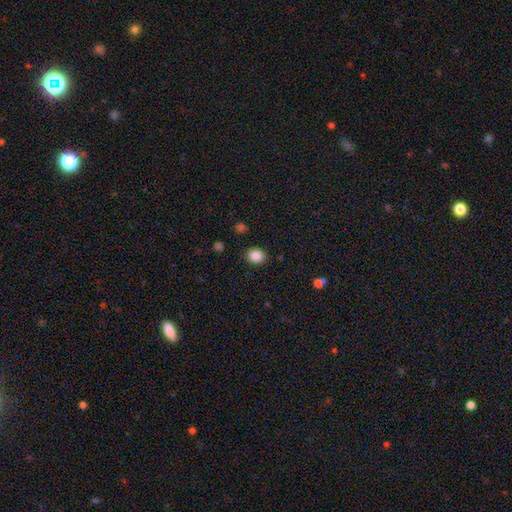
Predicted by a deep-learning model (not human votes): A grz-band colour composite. It shows a smooth galaxy with no disk features (87%) that is round (62%). Merging: none (87%).